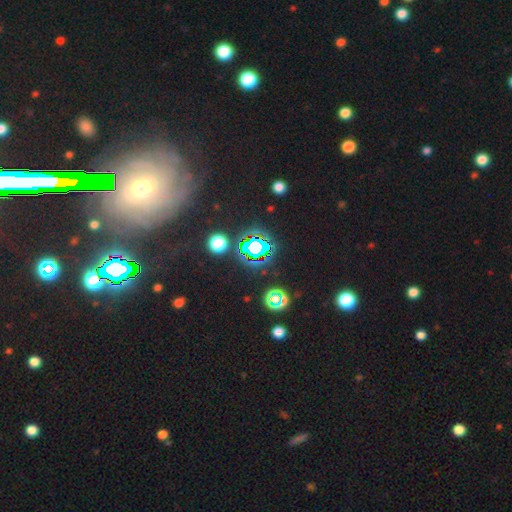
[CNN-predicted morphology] Smooth or featured: star or artifact — 51% (featured or disk — 30%)